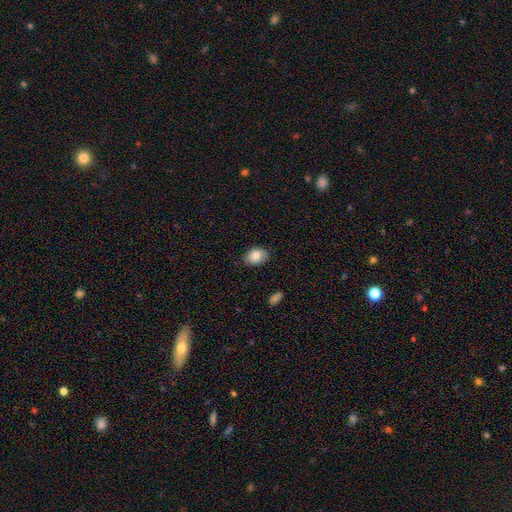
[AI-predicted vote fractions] The model was most divided on "how rounded": in between: 78%, round: 21%, cigar-shaped: 1%. More confident: smooth or featured — smooth (84%); merging — none (81%).